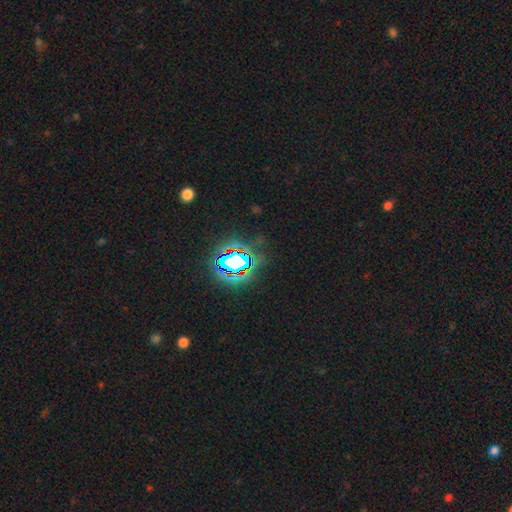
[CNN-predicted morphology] Smooth or featured? Predicted: star or artifact (p=0.84).